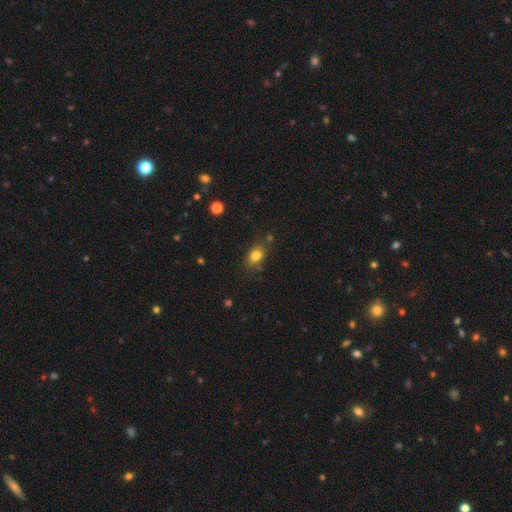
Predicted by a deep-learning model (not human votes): Smooth or featured? Predicted: smooth (p=0.80). How rounded? Predicted: in between (p=0.69). Merging? Predicted: none (p=0.73).